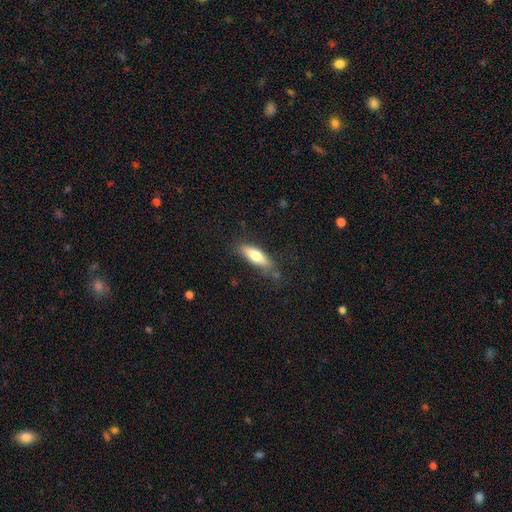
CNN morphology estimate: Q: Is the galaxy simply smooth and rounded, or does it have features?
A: smooth — 71%.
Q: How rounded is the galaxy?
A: in between — 51%.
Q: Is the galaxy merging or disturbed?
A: none — 72%.